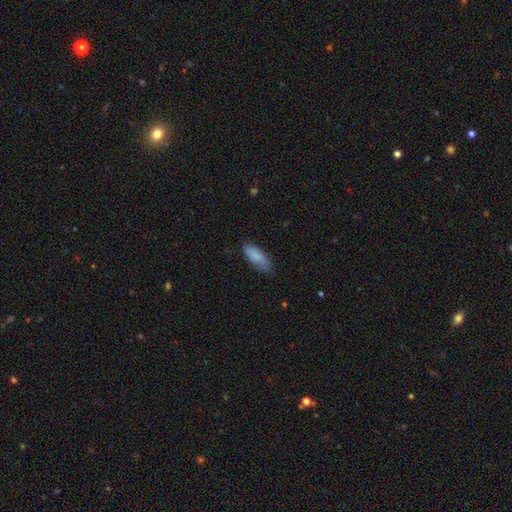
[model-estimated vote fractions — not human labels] Smooth or featured? Predicted: smooth (p=0.82). How rounded? Predicted: in between (p=0.77). Merging? Predicted: none (p=0.73).